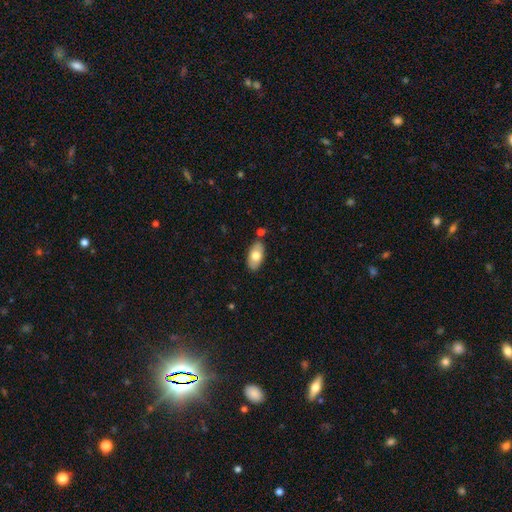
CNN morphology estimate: smooth 69%, featured or disk 25%, star or artifact 6%. Down the decision tree: how rounded — in between (93%); merging — none (79%).